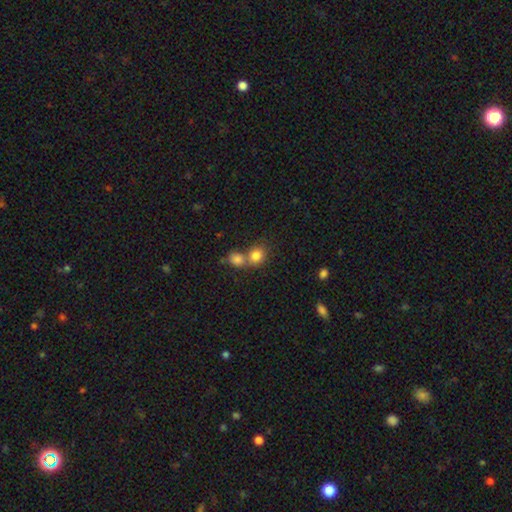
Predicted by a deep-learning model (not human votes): Morphology: type=smooth (82%); roundness=round (72%); merging=merger (49%).